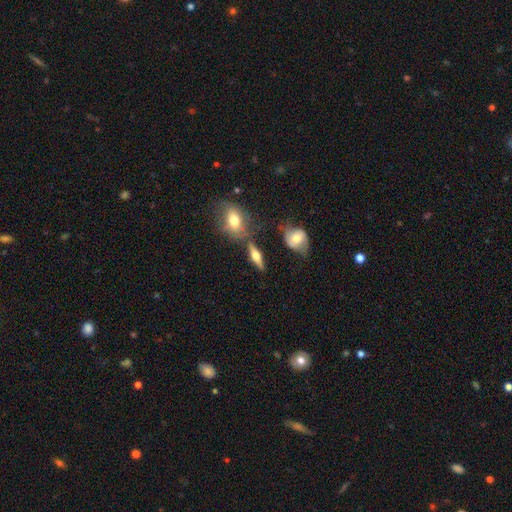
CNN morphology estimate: This appears to be a featured or disk galaxy (54%) viewed edge-on (88%). Merging: none (71%).